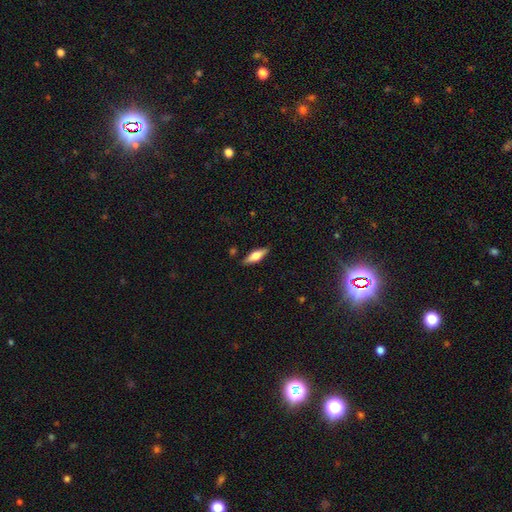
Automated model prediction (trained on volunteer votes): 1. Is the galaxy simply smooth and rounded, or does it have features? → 60% smooth, 34% featured or disk, 6% star or artifact.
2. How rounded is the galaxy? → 56% in between, 42% cigar-shaped, 2% round.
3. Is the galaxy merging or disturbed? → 85% none, 11% minor disturbance, 2% major disturbance, 2% merger.